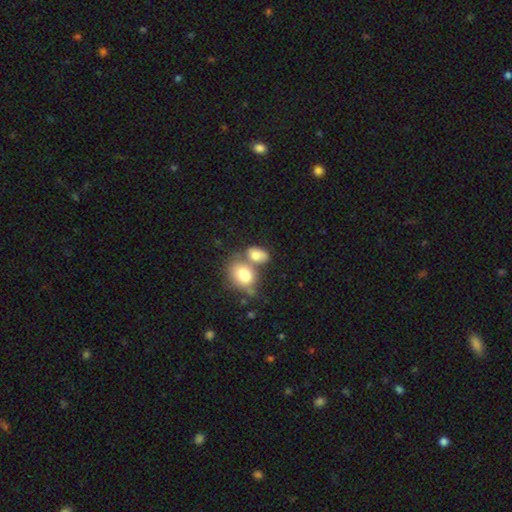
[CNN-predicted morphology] Overall: smooth (79%). How rounded: in between (79%). Merging: merger (50%; none 33%).